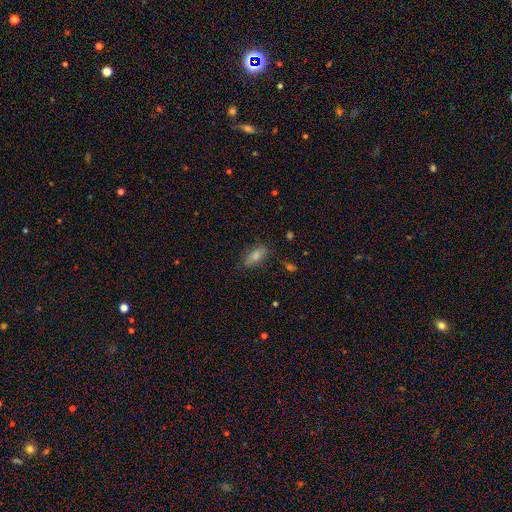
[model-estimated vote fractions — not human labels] Smooth or featured: smooth — 79% (featured or disk — 12%)
How rounded: in between — 79% (cigar-shaped — 18%)
Merging: none — 79% (minor disturbance — 16%)